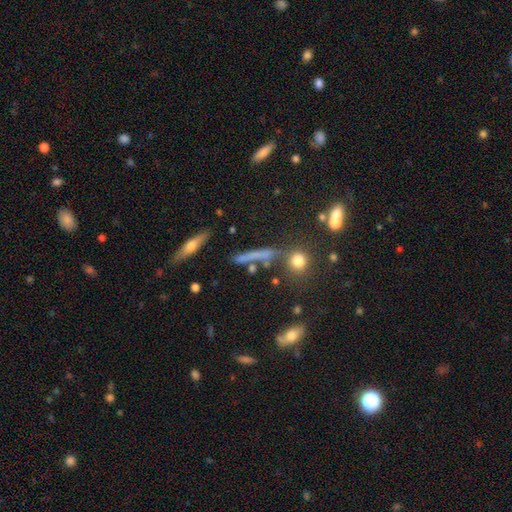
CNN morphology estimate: Smooth or featured? Predicted: smooth (p=0.50). Merging? Predicted: none (p=0.71).